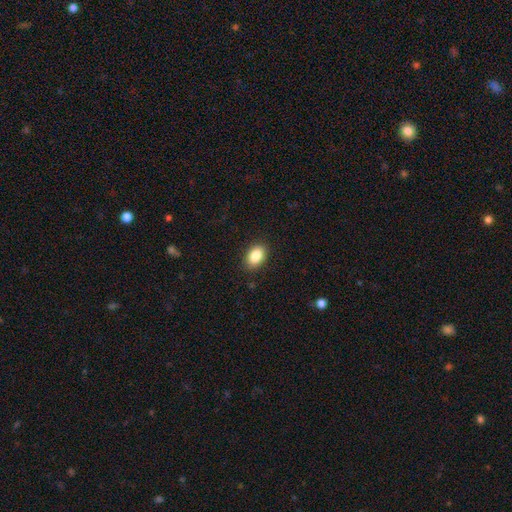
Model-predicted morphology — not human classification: A smooth galaxy with no disk features (86%) that is in between round and cigar-shaped (85%).

Vote fractions:
- Smooth or featured? smooth: 86% / star or artifact: 8% / featured or disk: 6%
- How rounded? in between: 85% / round: 14% / cigar-shaped: 1%
- Merging? none: 88% / minor disturbance: 8% / major disturbance: 2% / merger: 1%